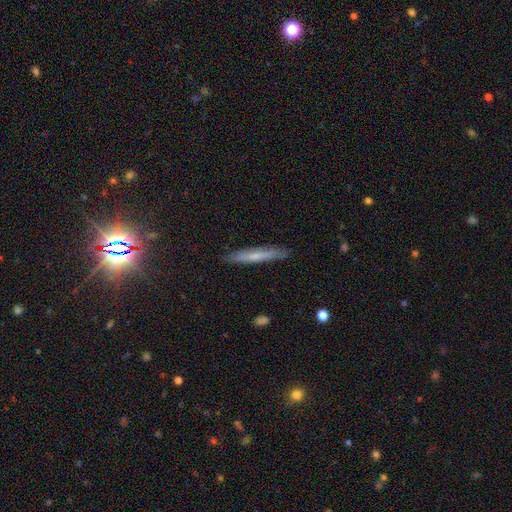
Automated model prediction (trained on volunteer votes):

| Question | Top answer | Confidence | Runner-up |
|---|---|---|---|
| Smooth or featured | smooth | 57% | featured or disk (36%) |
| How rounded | cigar-shaped | 94% | in between (4%) |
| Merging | none | 88% | minor disturbance (9%) |